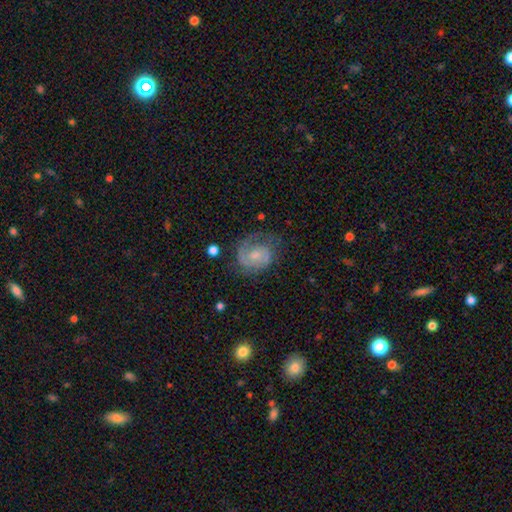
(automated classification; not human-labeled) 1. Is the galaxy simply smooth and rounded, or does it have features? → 68% featured or disk, 24% smooth, 8% star or artifact.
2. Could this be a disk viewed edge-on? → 98% no, 2% yes.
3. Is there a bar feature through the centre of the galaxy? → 63% no, 32% weak, 5% strong.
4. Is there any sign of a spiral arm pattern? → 89% yes, 11% no.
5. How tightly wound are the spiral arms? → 43% tight, 41% medium, 16% loose.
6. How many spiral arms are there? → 53% 2, 23% 1, 17% can't tell, 4% 3, 1% 4, 1% more than 4.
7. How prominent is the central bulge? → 49% small, 39% moderate, 7% none, 3% large, 1% dominant.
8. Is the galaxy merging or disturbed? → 58% none, 23% minor disturbance, 17% major disturbance, 2% merger.